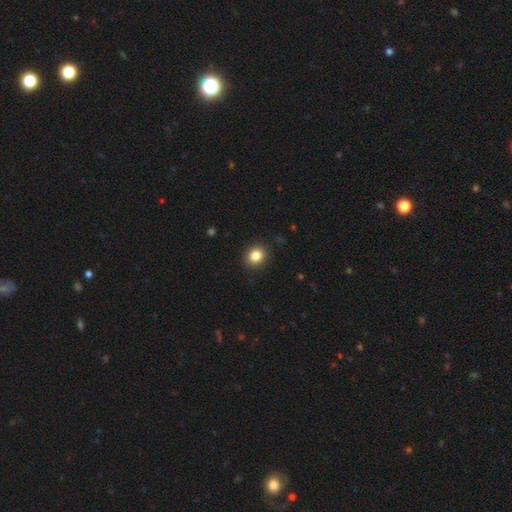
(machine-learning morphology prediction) Overall: smooth (84%). How rounded: round (75%). Merging: none (90%).